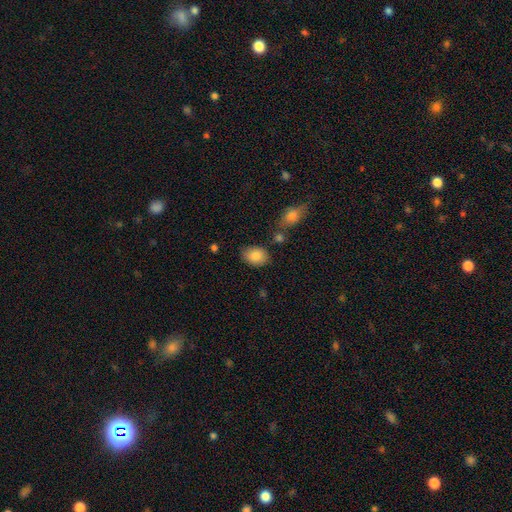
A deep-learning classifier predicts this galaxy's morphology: Overall: smooth (84%). How rounded: in between (75%). Merging: none (78%).